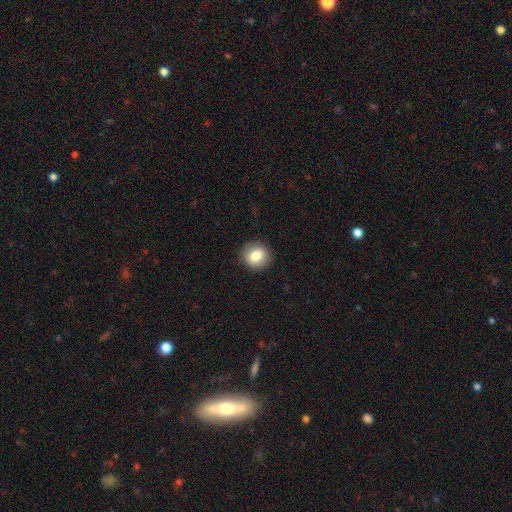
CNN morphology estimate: smooth-or-featured: smooth: 81% | featured or disk: 11% | star or artifact: 9%
  how-rounded: round: 85% | in between: 14% | cigar-shaped: 1%
  merging: none: 91% | minor disturbance: 6% | major disturbance: 2% | merger: 1%